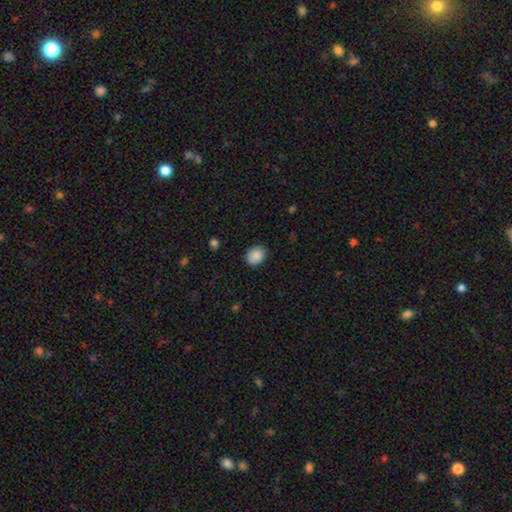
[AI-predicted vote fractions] Smooth or featured?
  - smooth: 89% *
  - star or artifact: 8%
  - featured or disk: 4%
How rounded?
  - in between: 50% *
  - round: 49%
  - cigar-shaped: 1%
Merging?
  - none: 84% *
  - minor disturbance: 12%
  - major disturbance: 3%
  - merger: 1%